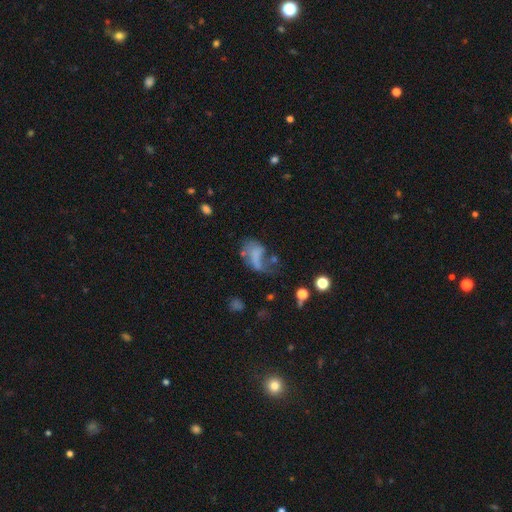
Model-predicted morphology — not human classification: smooth 48%, featured or disk 38%, star or artifact 14%. Down the decision tree: merging — major disturbance (46%).